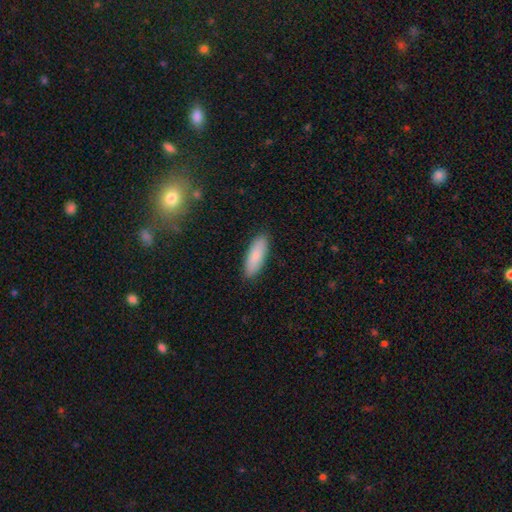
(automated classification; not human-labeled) This is clearly a smooth galaxy (87%). How rounded: possibly in between (59%). Merging: clearly none (89%).